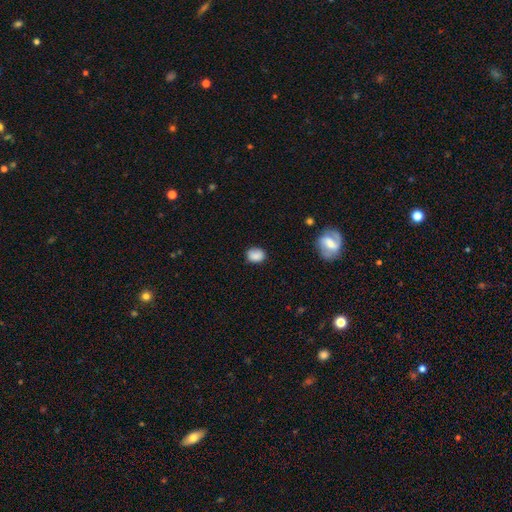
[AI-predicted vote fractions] smooth-or-featured: smooth: 86% | star or artifact: 9% | featured or disk: 4%
  how-rounded: in between: 53% | round: 46% | cigar-shaped: 1%
  merging: none: 80% | minor disturbance: 15% | major disturbance: 3% | merger: 1%